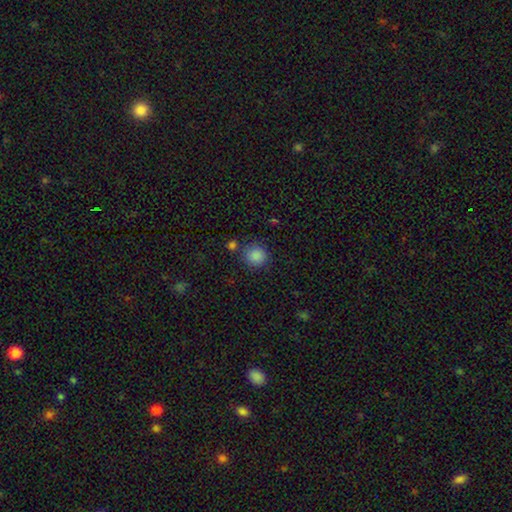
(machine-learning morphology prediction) smooth_or_featured: smooth (p=0.87) [alt: star or artifact p=0.10]
how_rounded: round (p=0.90) [alt: in between p=0.09]
merging: none (p=0.82) [alt: minor disturbance p=0.10]